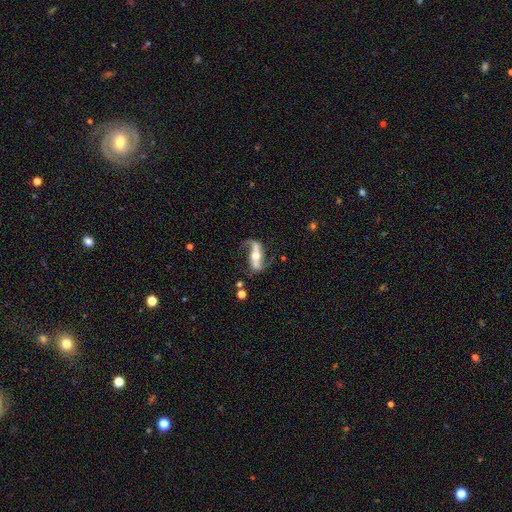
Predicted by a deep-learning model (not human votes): Smooth or featured? featured or disk (88%)
Edge-on disk? no (90%)
Bar? strong (52%)
Spiral arms? yes (94%)
Spiral winding? loose (72%)
Spiral arm count? 2 (91%)
Bulge size? moderate (65%)
Merging? none (68%)